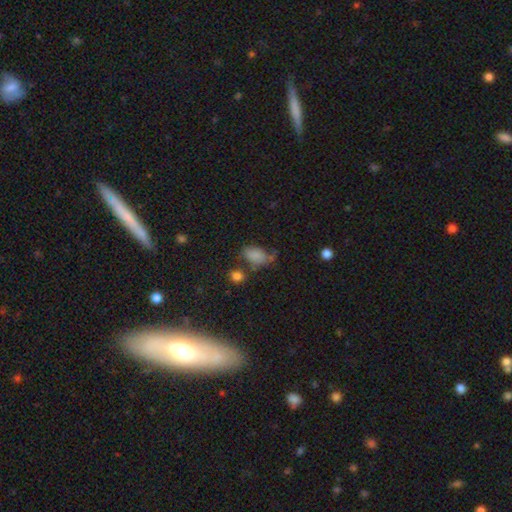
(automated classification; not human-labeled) Smooth or featured? smooth (79%)
How rounded? in between (86%)
Merging? none (46%)